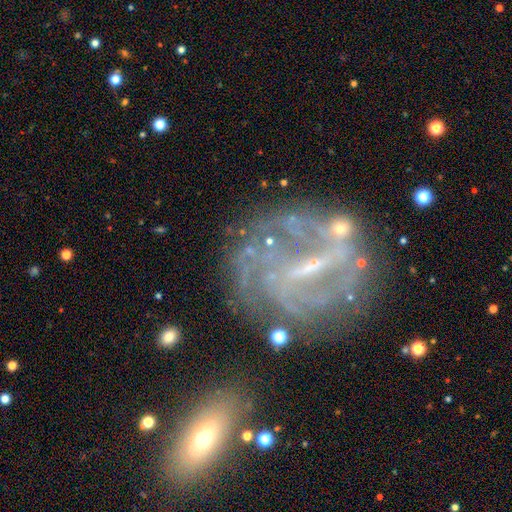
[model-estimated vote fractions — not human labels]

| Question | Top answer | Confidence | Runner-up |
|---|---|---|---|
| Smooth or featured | featured or disk | 81% | star or artifact (10%) |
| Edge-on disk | no | 96% | yes (4%) |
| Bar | strong | 42% | weak (39%) |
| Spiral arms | yes | 82% | no (18%) |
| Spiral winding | tight | 45% | medium (36%) |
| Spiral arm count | can't tell | 39% | 2 (19%) |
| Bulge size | small | 60% | none (27%) |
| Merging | none | 58% | minor disturbance (19%) |